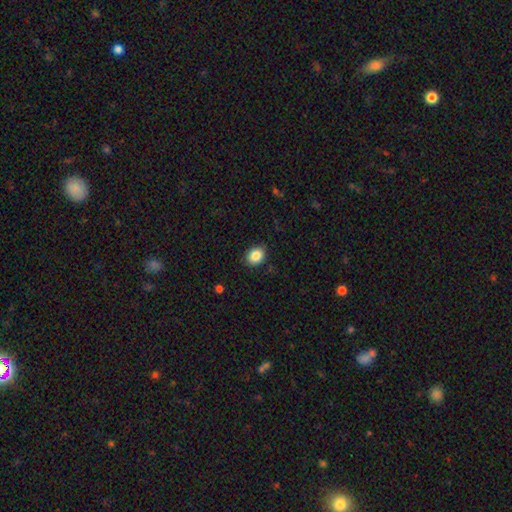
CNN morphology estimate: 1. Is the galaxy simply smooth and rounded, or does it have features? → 87% smooth, 9% star or artifact, 5% featured or disk.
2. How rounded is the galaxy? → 52% in between, 47% round, 1% cigar-shaped.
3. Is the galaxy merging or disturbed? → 86% none, 11% minor disturbance, 2% major disturbance, 1% merger.